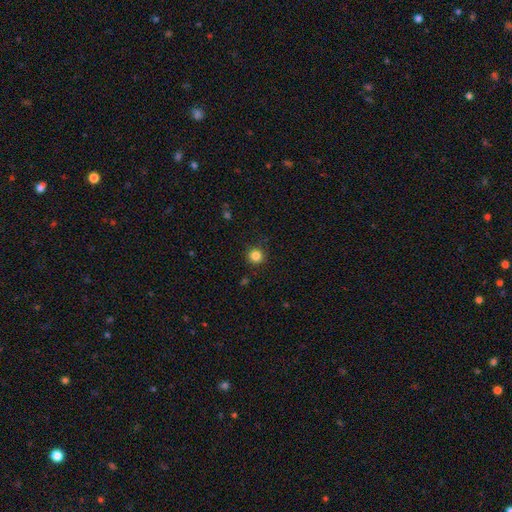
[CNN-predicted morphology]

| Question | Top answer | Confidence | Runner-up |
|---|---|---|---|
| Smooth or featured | smooth | 84% | star or artifact (12%) |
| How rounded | round | 95% | in between (4%) |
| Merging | none | 90% | minor disturbance (7%) |